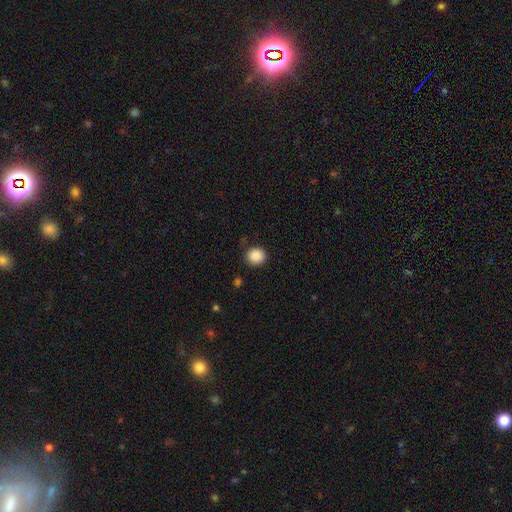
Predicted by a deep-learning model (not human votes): Smooth or featured?
  - smooth: 88% *
  - star or artifact: 9%
  - featured or disk: 3%
How rounded?
  - round: 86% *
  - in between: 14%
  - cigar-shaped: 1%
Merging?
  - none: 86% *
  - minor disturbance: 10%
  - major disturbance: 3%
  - merger: 2%